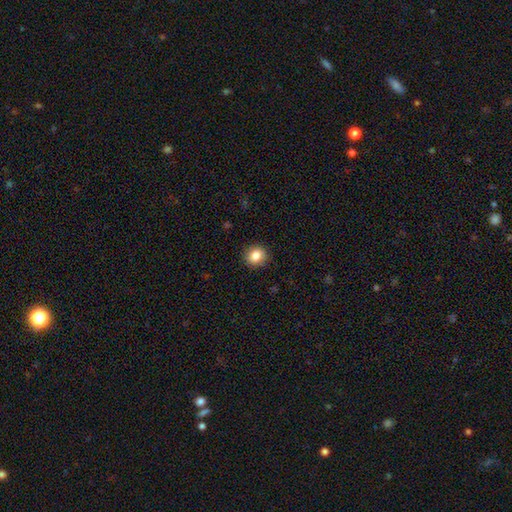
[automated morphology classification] This is clearly a smooth galaxy (84%). How rounded: clearly round (86%). Merging: clearly none (90%).